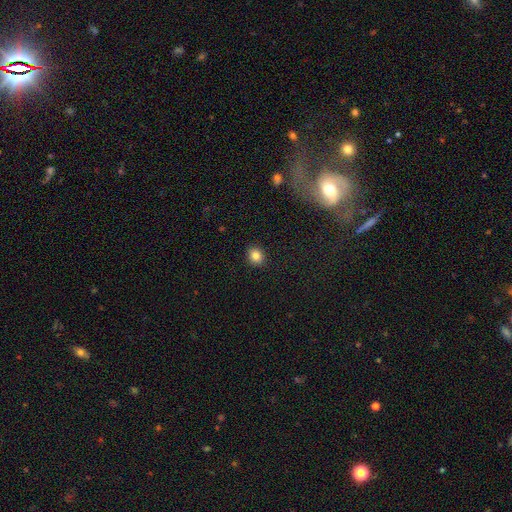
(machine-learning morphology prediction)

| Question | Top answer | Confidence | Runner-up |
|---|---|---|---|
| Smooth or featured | smooth | 83% | star or artifact (10%) |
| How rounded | round | 67% | in between (33%) |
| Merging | none | 91% | minor disturbance (6%) |